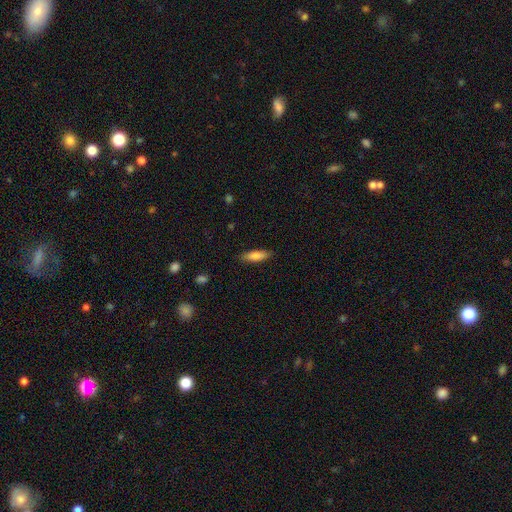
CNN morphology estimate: Smooth or featured? Predicted: smooth (p=0.81). How rounded? Predicted: cigar-shaped (p=0.53). Merging? Predicted: none (p=0.87).